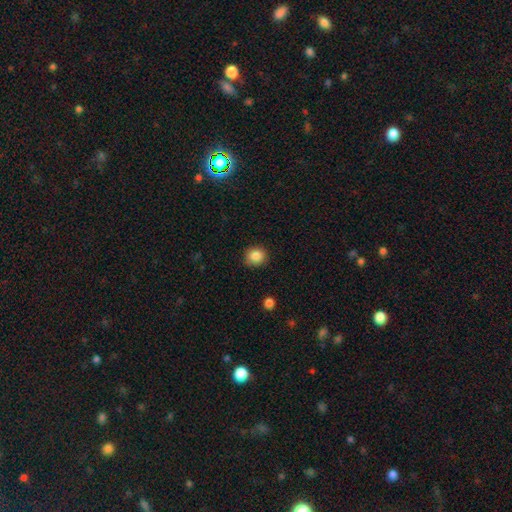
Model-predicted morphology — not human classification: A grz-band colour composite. It shows a smooth galaxy with no disk features (86%) that is round (85%). Merging: none (88%).